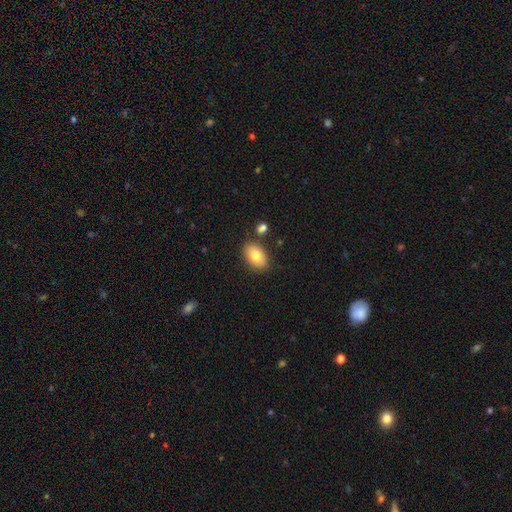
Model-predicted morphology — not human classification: Smooth or featured? Predicted: smooth (p=0.82). How rounded? Predicted: in between (p=0.90). Merging? Predicted: none (p=0.81).